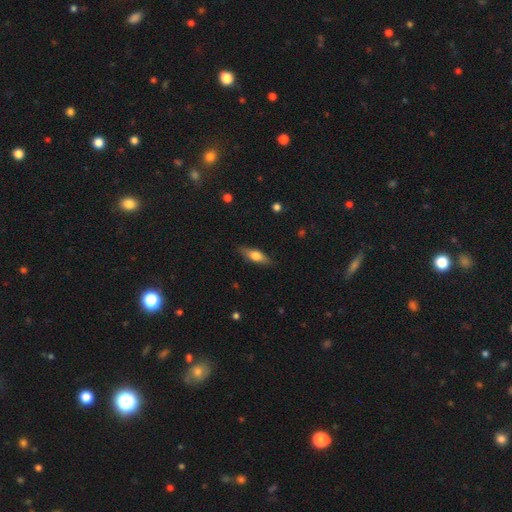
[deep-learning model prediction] This appears to be a smooth galaxy with no disk features (55%) that is in between round and cigar-shaped (50%). Merging: none (85%).